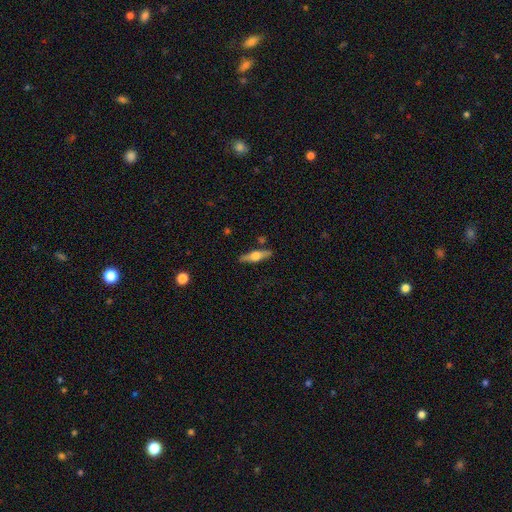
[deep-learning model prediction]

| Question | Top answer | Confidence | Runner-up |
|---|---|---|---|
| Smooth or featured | featured or disk | 58% | smooth (36%) |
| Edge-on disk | yes | 94% | no (6%) |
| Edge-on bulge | rounded | 91% | boxy (7%) |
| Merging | none | 85% | minor disturbance (10%) |